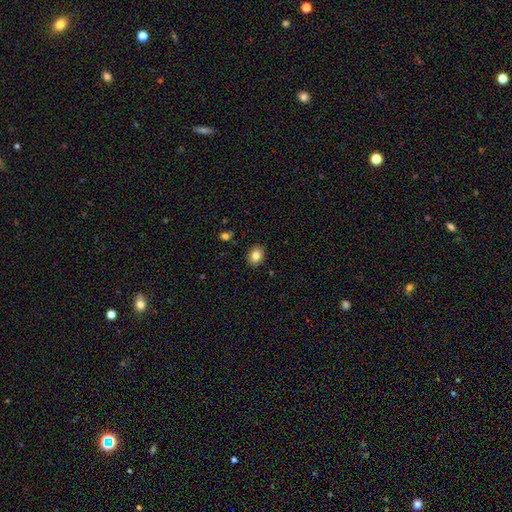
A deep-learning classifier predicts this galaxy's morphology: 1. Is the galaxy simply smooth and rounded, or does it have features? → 82% smooth, 10% star or artifact, 9% featured or disk.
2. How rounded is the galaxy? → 50% in between, 49% round, 1% cigar-shaped.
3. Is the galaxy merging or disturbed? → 89% none, 8% minor disturbance, 2% major disturbance, 1% merger.